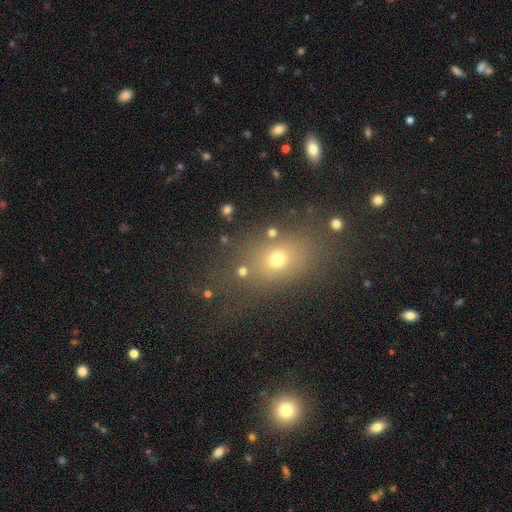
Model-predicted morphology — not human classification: smooth 53%, star or artifact 34%, featured or disk 14%. Down the decision tree: how rounded — in between (54%); merging — none (75%).